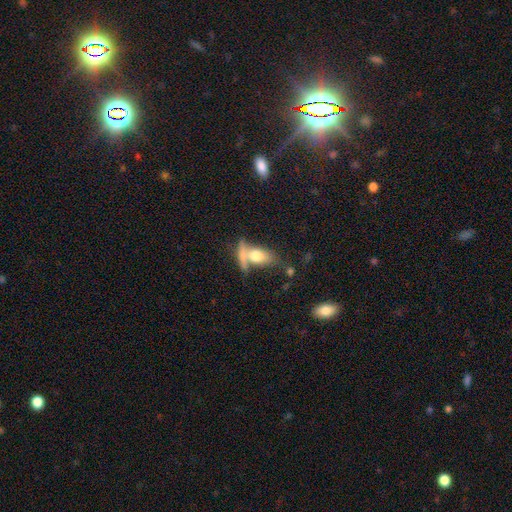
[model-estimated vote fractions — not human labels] smooth-or-featured: smooth: 70% | featured or disk: 22% | star or artifact: 8%
  how-rounded: in between: 75% | cigar-shaped: 15% | round: 10%
  merging: merger: 39% | none: 37% | minor disturbance: 13% | major disturbance: 10%